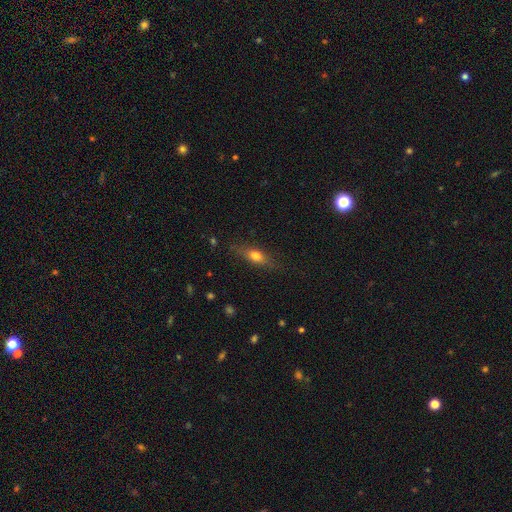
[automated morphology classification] This appears to be a smooth galaxy with no disk features (65%) that is in between round and cigar-shaped (54%). Merging: none (77%).